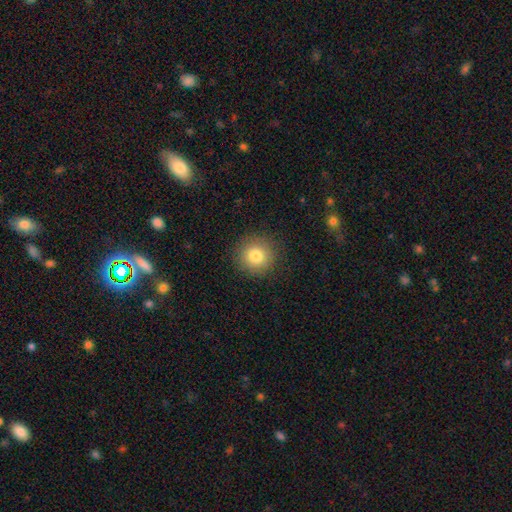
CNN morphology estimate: smooth_or_featured: smooth (p=0.82) [alt: star or artifact p=0.11]
how_rounded: round (p=0.93) [alt: in between p=0.06]
merging: none (p=0.90) [alt: minor disturbance p=0.06]